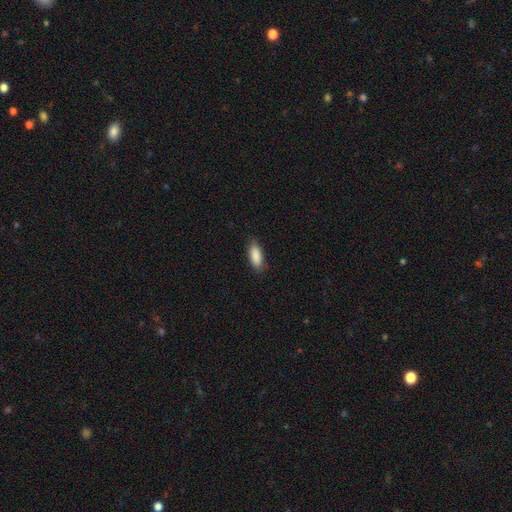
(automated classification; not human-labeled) Smooth or featured: smooth — 89% (star or artifact — 6%)
How rounded: in between — 74% (cigar-shaped — 24%)
Merging: none — 85% (minor disturbance — 12%)